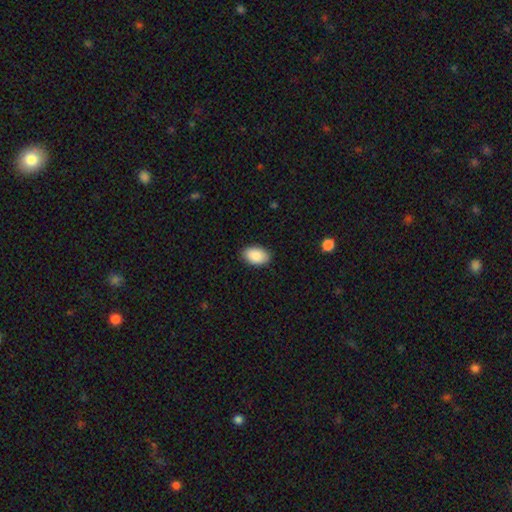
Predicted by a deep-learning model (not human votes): Overall: smooth (90%). How rounded: in between (92%). Merging: none (88%).